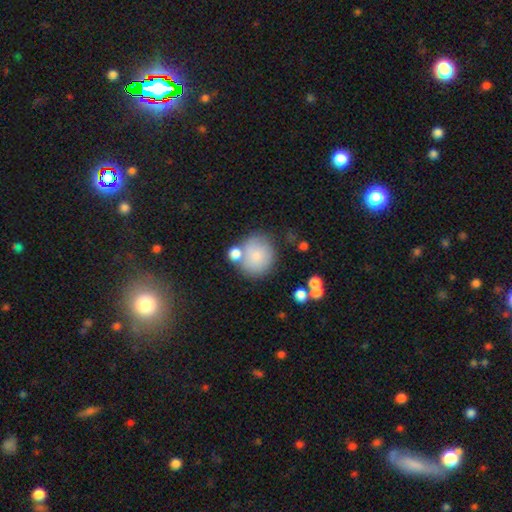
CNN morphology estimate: Q: Smooth or featured?
A: smooth (77%); runner-up: featured or disk (15%)
Q: How rounded?
A: round (81%); runner-up: in between (18%)
Q: Merging?
A: none (58%); runner-up: merger (19%)